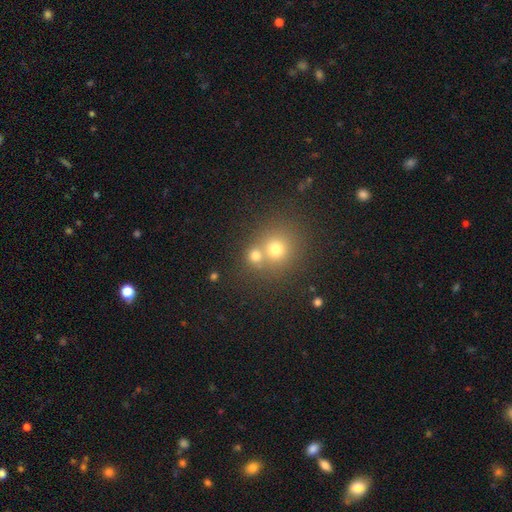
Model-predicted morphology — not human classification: smooth 72%, star or artifact 17%, featured or disk 12%. Down the decision tree: how rounded — round (84%); merging — none (49%).